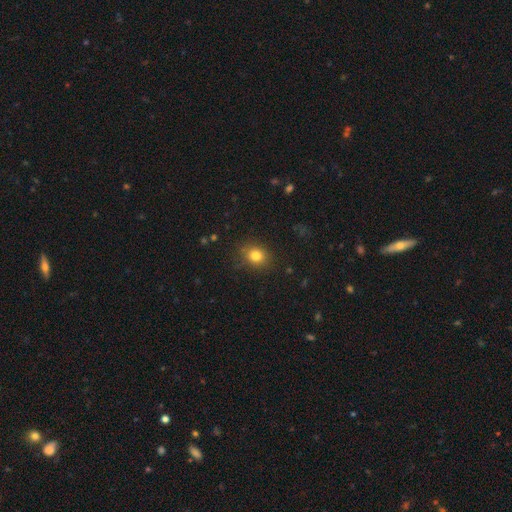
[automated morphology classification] Overall: smooth (82%). How rounded: round (59%; in between 40%). Merging: none (84%).